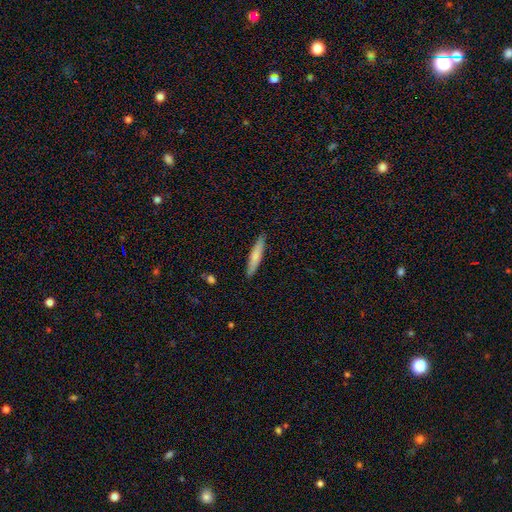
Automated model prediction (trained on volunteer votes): The model was most divided on "smooth or featured": smooth: 71%, featured or disk: 23%, star or artifact: 5%. More confident: how rounded — cigar-shaped (89%); merging — none (89%).